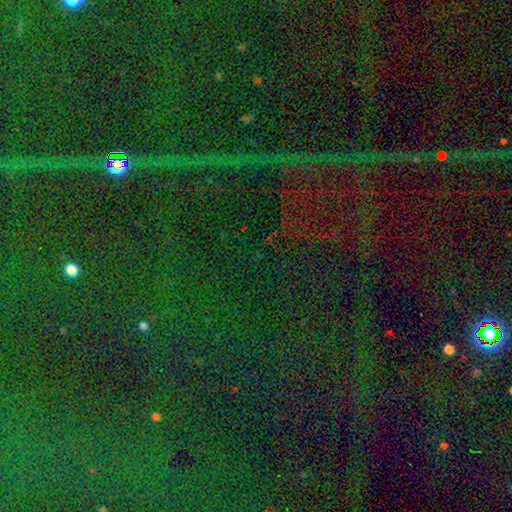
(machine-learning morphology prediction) Smooth or featured? Predicted: star or artifact (p=0.82).